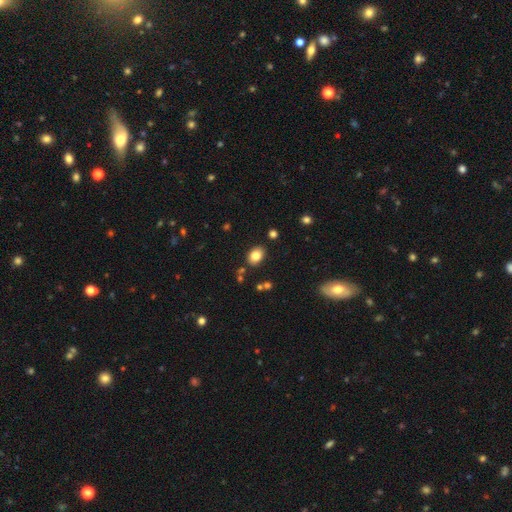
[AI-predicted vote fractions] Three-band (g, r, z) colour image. It shows a smooth galaxy with no disk features (82%) that is in between round and cigar-shaped (71%). Merging: none (84%).